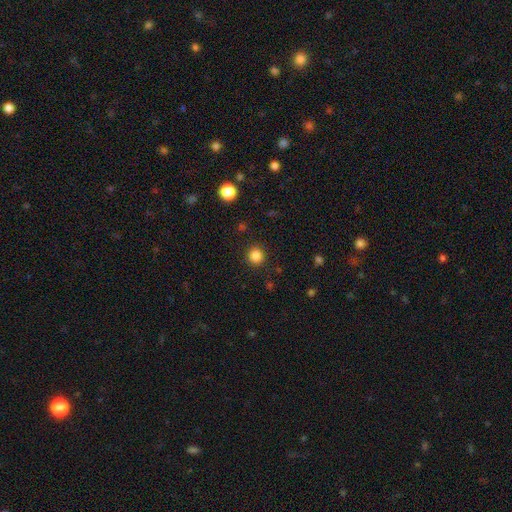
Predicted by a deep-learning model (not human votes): smooth-or-featured: smooth: 85% | star or artifact: 12% | featured or disk: 3%
  how-rounded: round: 94% | in between: 5% | cigar-shaped: 1%
  merging: none: 92% | minor disturbance: 5% | major disturbance: 2% | merger: 1%